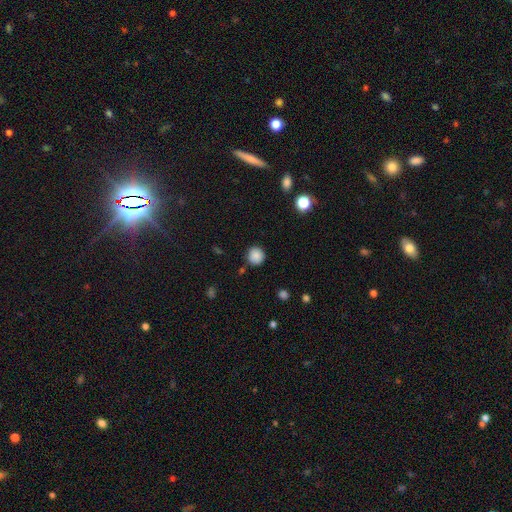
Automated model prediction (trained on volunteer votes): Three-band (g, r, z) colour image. It shows a smooth galaxy with no disk features (86%) that is round (92%). Merging: none (87%).